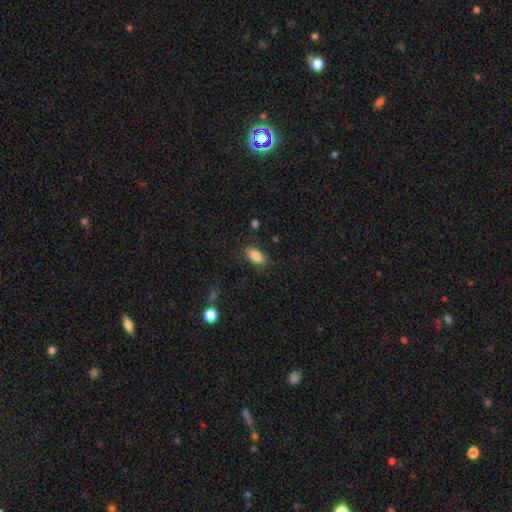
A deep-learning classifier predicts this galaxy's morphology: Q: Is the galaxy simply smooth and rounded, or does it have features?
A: smooth — 82%.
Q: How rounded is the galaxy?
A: in between — 87%.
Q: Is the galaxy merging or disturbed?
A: none — 83%.